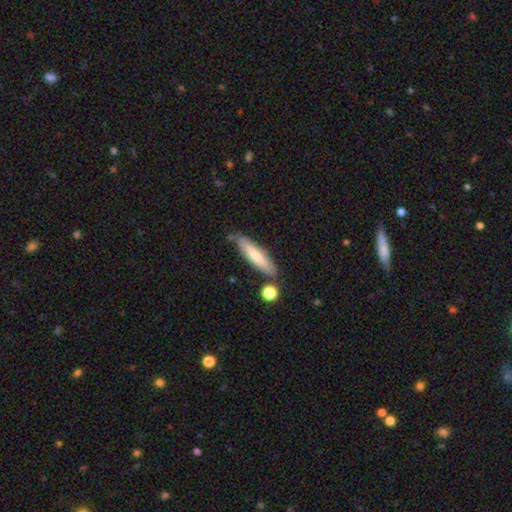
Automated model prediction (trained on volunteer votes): A smooth galaxy with no disk features (66%) that is cigar-shaped (77%). Merging: none (76%).